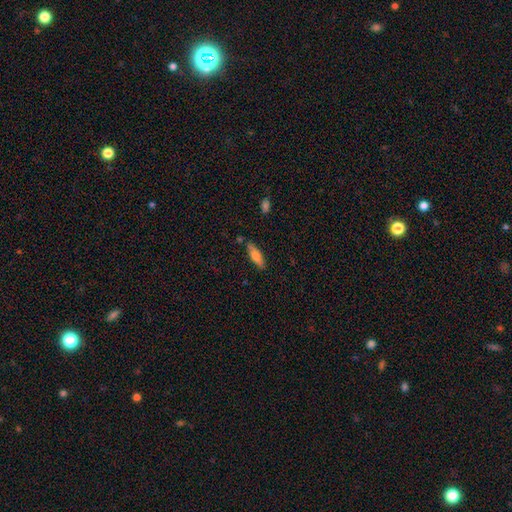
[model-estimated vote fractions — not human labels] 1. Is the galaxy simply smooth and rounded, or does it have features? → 68% smooth, 25% featured or disk, 6% star or artifact.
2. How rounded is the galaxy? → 55% cigar-shaped, 43% in between, 2% round.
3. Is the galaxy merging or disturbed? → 81% none, 13% minor disturbance, 4% merger, 3% major disturbance.